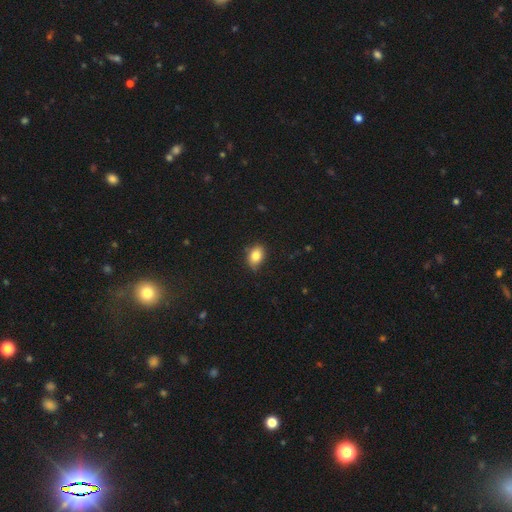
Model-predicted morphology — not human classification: A smooth galaxy with no disk features (84%) that is in between round and cigar-shaped (74%). Merging: none (75%).